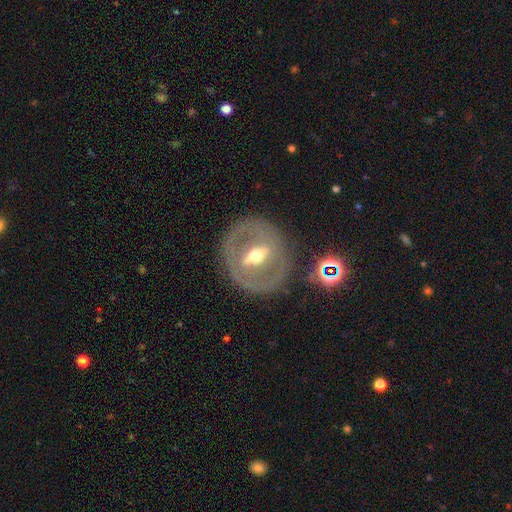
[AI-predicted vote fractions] Smooth or featured? Predicted: featured or disk (p=0.74). Edge-on disk? Predicted: no (p=0.88). Bar? Predicted: strong (p=0.58). Spiral arms? Predicted: no (p=0.73). Bulge size? Predicted: moderate (p=0.70). Merging? Predicted: none (p=0.78).